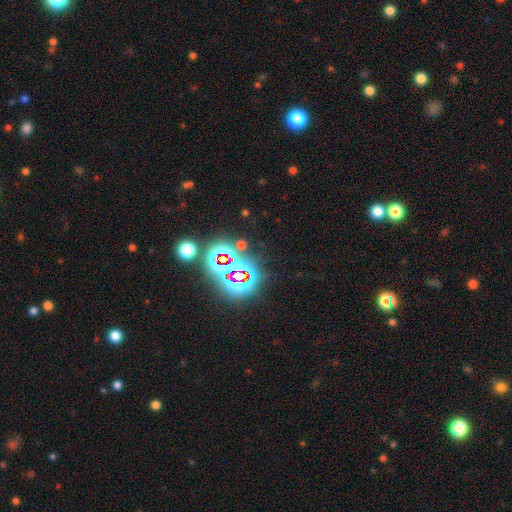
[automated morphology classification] star or artifact 68%, smooth 22%, featured or disk 10%.